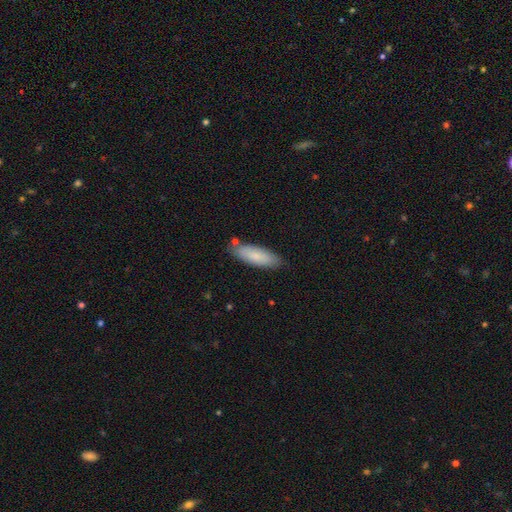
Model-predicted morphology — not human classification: smooth 81%, featured or disk 13%, star or artifact 6%. Down the decision tree: how rounded — in between (55%); merging — none (81%).